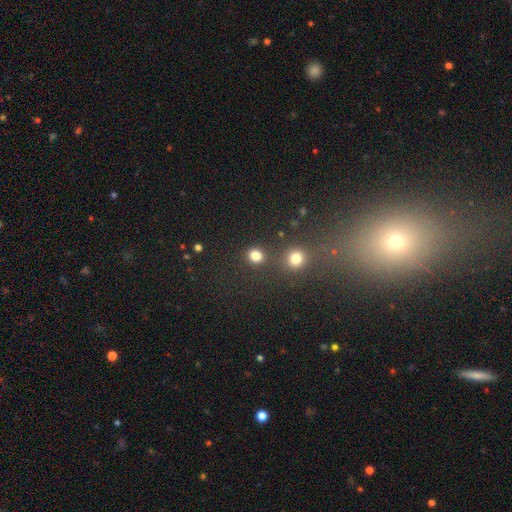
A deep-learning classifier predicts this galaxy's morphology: Q: Smooth or featured?
A: smooth (81%); runner-up: star or artifact (15%)
Q: How rounded?
A: round (84%); runner-up: in between (15%)
Q: Merging?
A: none (81%); runner-up: merger (9%)